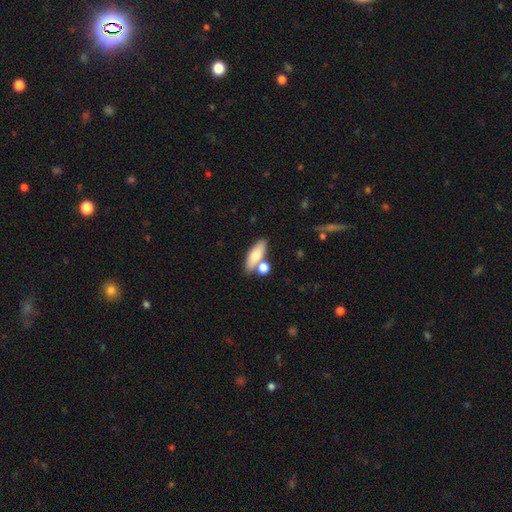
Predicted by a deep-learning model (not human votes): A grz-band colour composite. It shows a smooth galaxy with no disk features (74%) that is in between round and cigar-shaped (63%). Merging: none (62%).